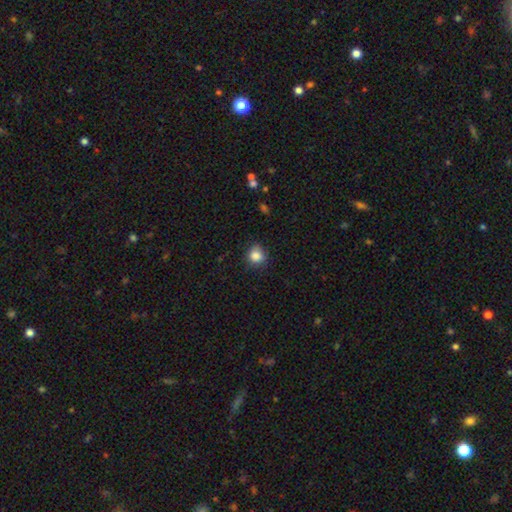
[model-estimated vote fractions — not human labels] Q: Smooth or featured?
A: smooth (85%); runner-up: star or artifact (10%)
Q: How rounded?
A: round (82%); runner-up: in between (17%)
Q: Merging?
A: none (76%); runner-up: minor disturbance (19%)